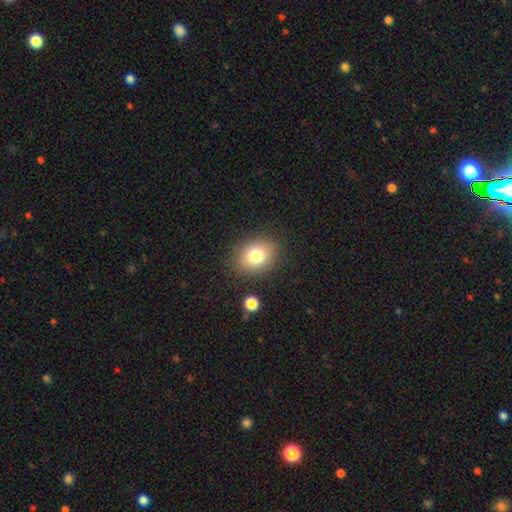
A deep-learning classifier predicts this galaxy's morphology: Overall: smooth (79%). How rounded: in between (54%; round 45%). Merging: none (85%).